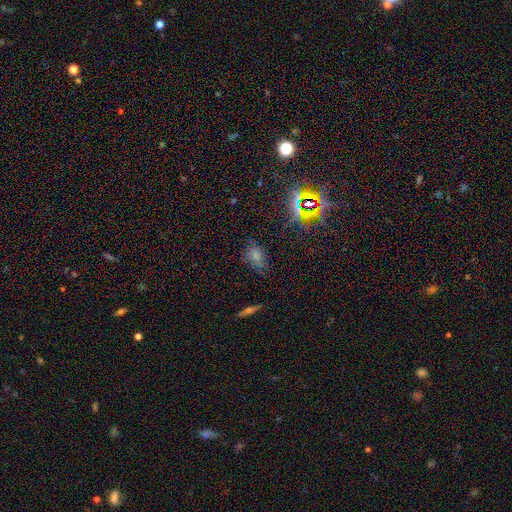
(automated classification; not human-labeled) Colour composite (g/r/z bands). It shows a smooth galaxy with no disk features (60%) that is in between round and cigar-shaped (74%). Merging: none (64%).